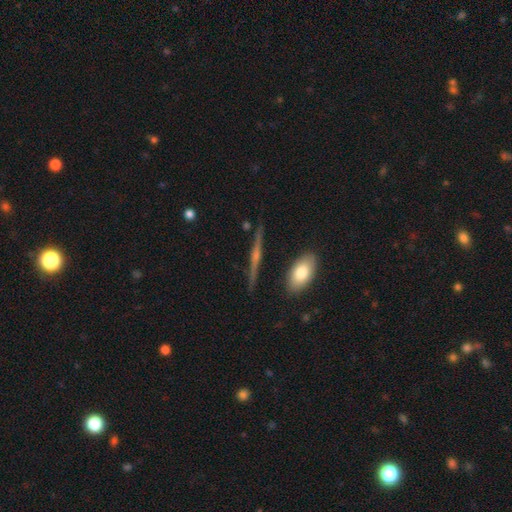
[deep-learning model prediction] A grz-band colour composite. It shows a featured or disk galaxy (71%) viewed edge-on (96%) with a rounded central bulge (79%). Merging: none (87%).